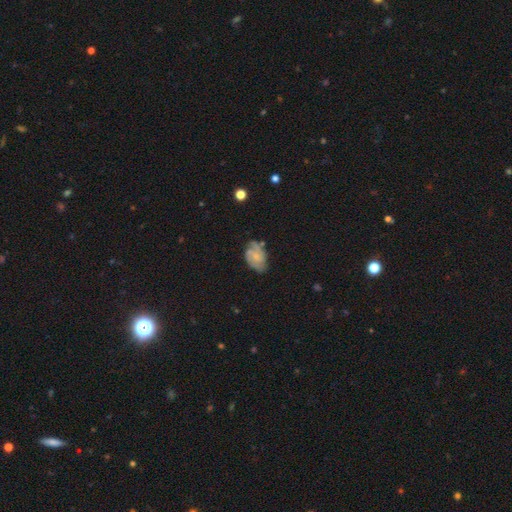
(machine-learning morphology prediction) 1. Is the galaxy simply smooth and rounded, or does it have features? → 65% featured or disk, 28% smooth, 7% star or artifact.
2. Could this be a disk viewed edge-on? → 97% no, 3% yes.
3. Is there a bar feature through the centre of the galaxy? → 69% no, 27% weak, 4% strong.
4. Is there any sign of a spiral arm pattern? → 86% yes, 14% no.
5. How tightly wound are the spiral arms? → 42% medium, 40% tight, 17% loose.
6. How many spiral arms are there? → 48% 2, 25% can't tell, 16% 3, 4% 1, 4% 4, 3% more than 4.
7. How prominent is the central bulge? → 65% small, 21% moderate, 12% none, 1% large, 1% dominant.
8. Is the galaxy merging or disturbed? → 60% none, 28% minor disturbance, 9% major disturbance, 3% merger.